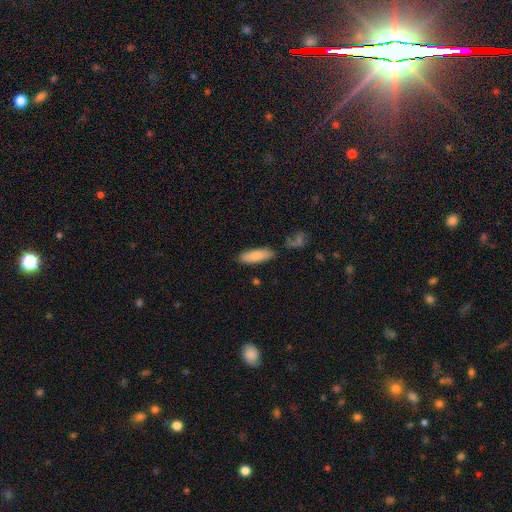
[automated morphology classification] smooth 85%, featured or disk 9%, star or artifact 6%. Down the decision tree: how rounded — in between (57%); merging — none (80%).